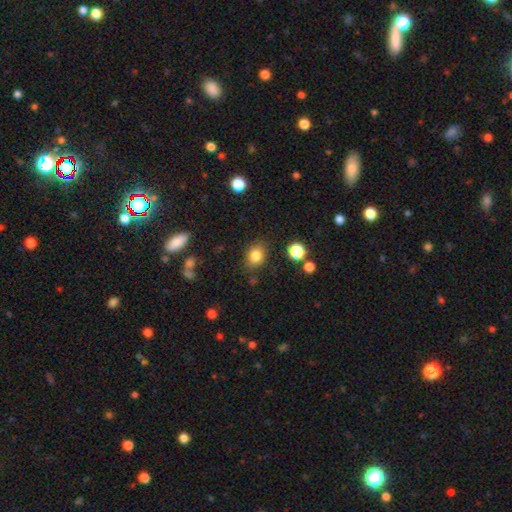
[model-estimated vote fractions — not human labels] Smooth or featured: smooth — 82% (star or artifact — 11%)
How rounded: round — 50% (in between — 49%)
Merging: none — 81% (minor disturbance — 13%)